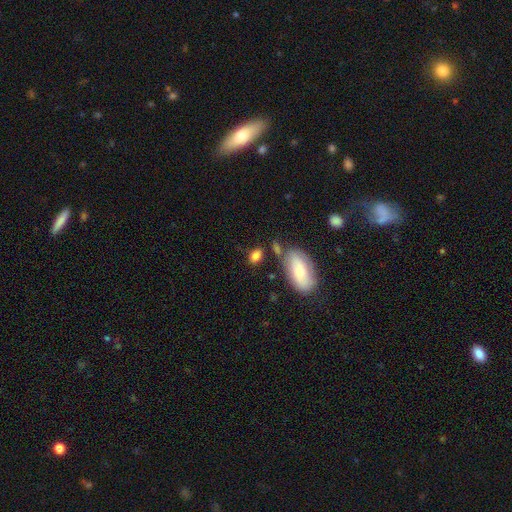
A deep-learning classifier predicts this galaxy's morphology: The model was most divided on "merging": none: 65%, minor disturbance: 16%, merger: 13%, major disturbance: 6%. More confident: how rounded — in between (84%); smooth or featured — smooth (80%).